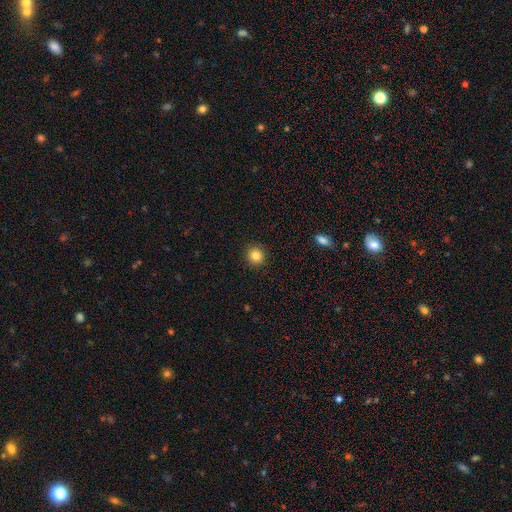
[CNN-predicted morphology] Smooth or featured: smooth — 85% (star or artifact — 10%)
How rounded: round — 92% (in between — 7%)
Merging: none — 91% (minor disturbance — 6%)